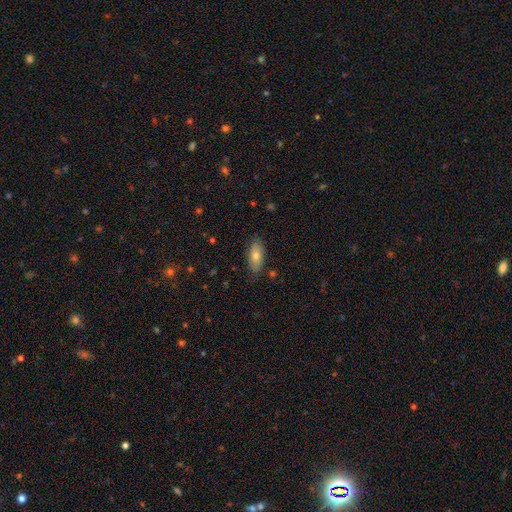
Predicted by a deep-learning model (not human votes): Smooth or featured: smooth — 70% (featured or disk — 22%)
How rounded: in between — 81% (cigar-shaped — 16%)
Merging: none — 82% (minor disturbance — 15%)